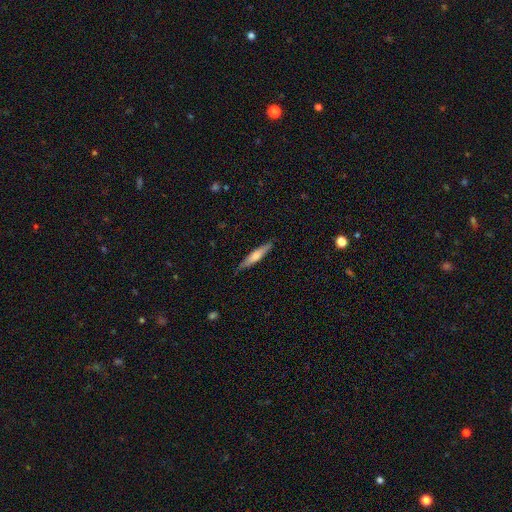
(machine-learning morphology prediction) Overall: featured or disk (50%; smooth 45%). Merging: none (83%).